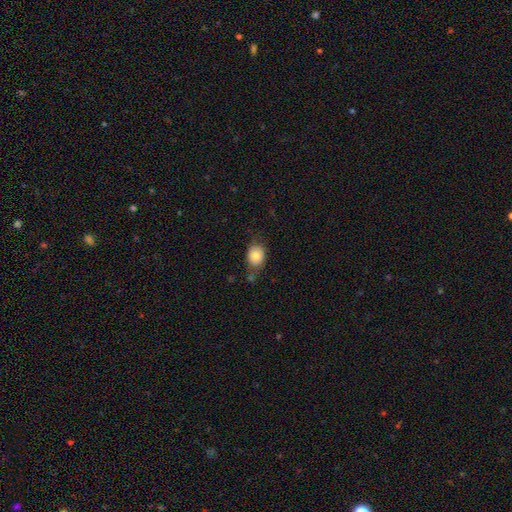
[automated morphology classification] This is clearly a smooth galaxy (81%). How rounded: possibly in between (57%). Merging: likely none (64%).